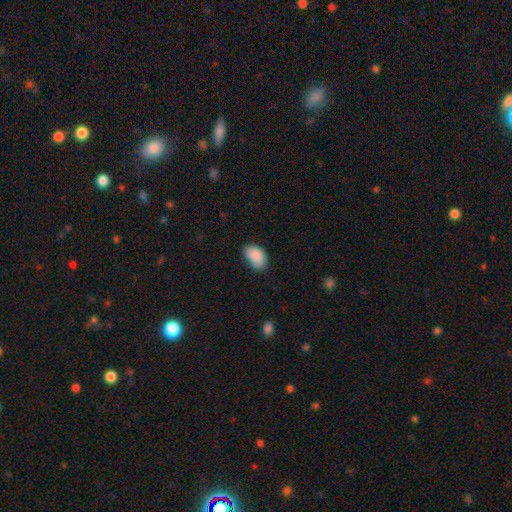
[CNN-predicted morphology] A smooth galaxy with no disk features (88%) that is in between round and cigar-shaped (93%). Merging: none (66%).